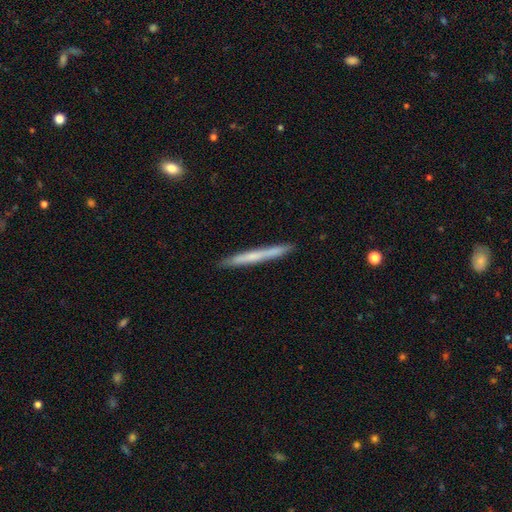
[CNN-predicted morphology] A smooth galaxy with no disk features (55%) that is cigar-shaped (97%).

Vote fractions:
- Smooth or featured? smooth: 55% / featured or disk: 39% / star or artifact: 6%
- How rounded? cigar-shaped: 97% / in between: 2% / round: 1%
- Merging? none: 91% / minor disturbance: 7% / major disturbance: 1% / merger: 1%